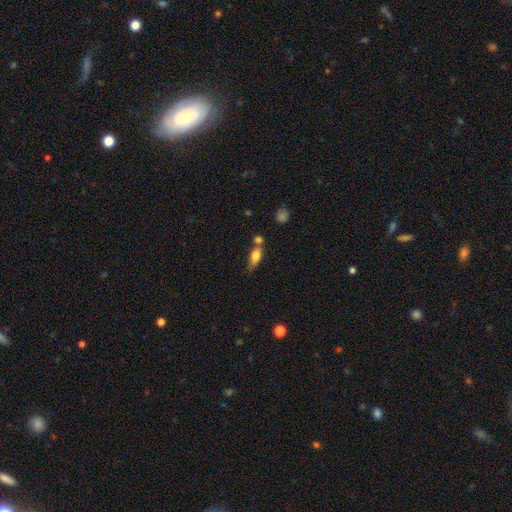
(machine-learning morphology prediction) smooth 73%, featured or disk 19%, star or artifact 8%. Down the decision tree: how rounded — in between (75%); merging — none (40%).